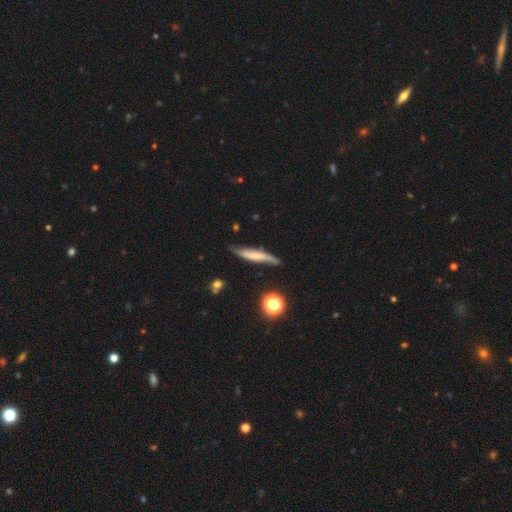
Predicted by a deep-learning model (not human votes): smooth-or-featured: smooth: 46% (tied) | featured or disk: 46% (tied) | star or artifact: 8%
  merging: none: 64% | minor disturbance: 26% | major disturbance: 6% | merger: 3%